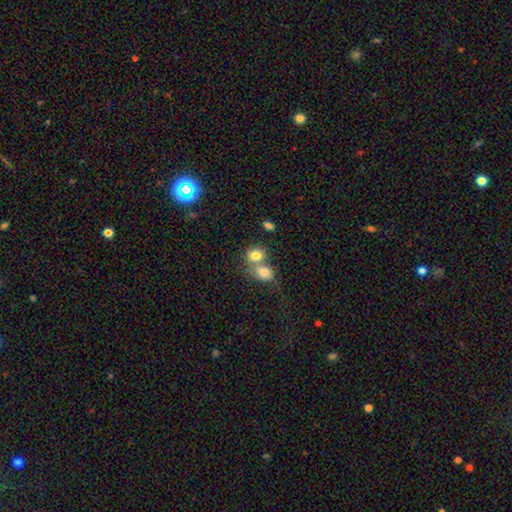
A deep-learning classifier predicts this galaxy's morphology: Smooth or featured?
  - smooth: 79% *
  - featured or disk: 11%
  - star or artifact: 10%
How rounded?
  - round: 52% *
  - in between: 47%
  - cigar-shaped: 1%
Merging?
  - merger: 61% *
  - none: 28%
  - minor disturbance: 7%
  - major disturbance: 4%